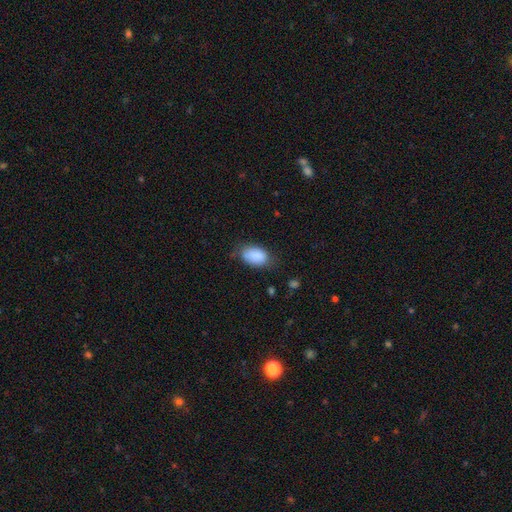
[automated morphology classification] Q: Smooth or featured?
A: smooth (88%); runner-up: star or artifact (7%)
Q: How rounded?
A: in between (90%); runner-up: round (9%)
Q: Merging?
A: none (65%); runner-up: minor disturbance (26%)